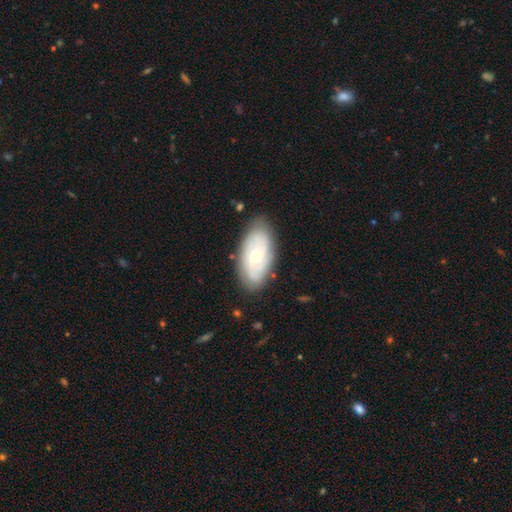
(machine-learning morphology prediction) Smooth or featured? featured or disk (66%)
Edge-on disk? no (93%)
Bar? no (49%)
Spiral arms? yes (82%)
Spiral winding? tight (48%)
Spiral arm count? 2 (39%)
Bulge size? small (56%)
Merging? none (79%)